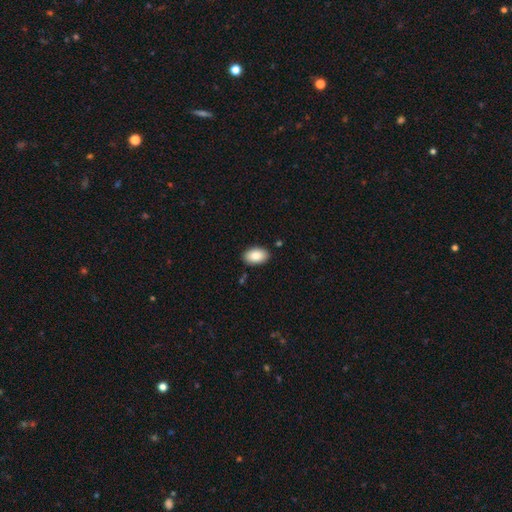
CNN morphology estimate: smooth-or-featured: smooth: 86% | featured or disk: 8% | star or artifact: 7%
  how-rounded: in between: 92% | round: 7% | cigar-shaped: 1%
  merging: none: 88% | minor disturbance: 9% | major disturbance: 2% | merger: 2%